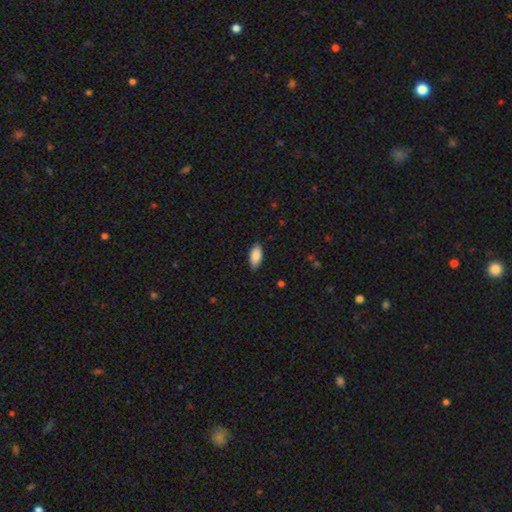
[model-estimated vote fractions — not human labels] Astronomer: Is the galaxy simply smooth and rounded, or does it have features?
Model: smooth — 89%.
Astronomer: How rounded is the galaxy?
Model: in between — 91%.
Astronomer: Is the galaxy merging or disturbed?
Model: none — 85%.